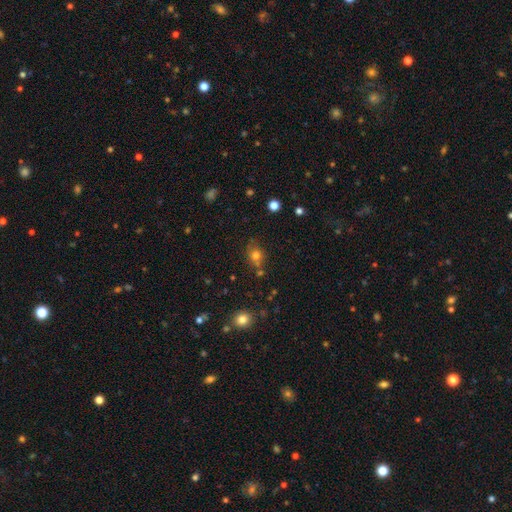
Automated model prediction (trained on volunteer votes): This is likely a smooth galaxy (75%). How rounded: likely round (66%). Merging: likely none (63%).